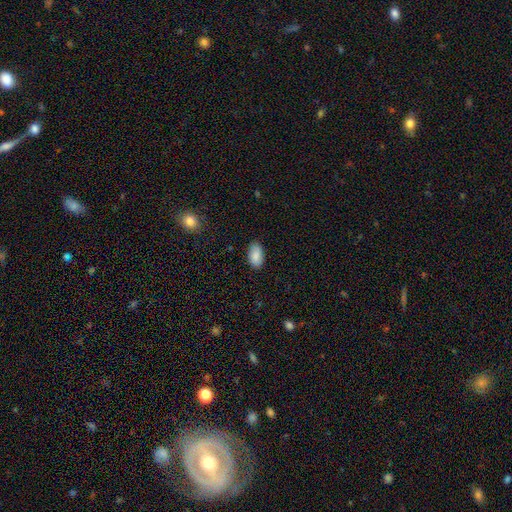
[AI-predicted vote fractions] This appears to be a smooth galaxy with no disk features (88%) that is in between round and cigar-shaped (95%). Merging: none (85%).